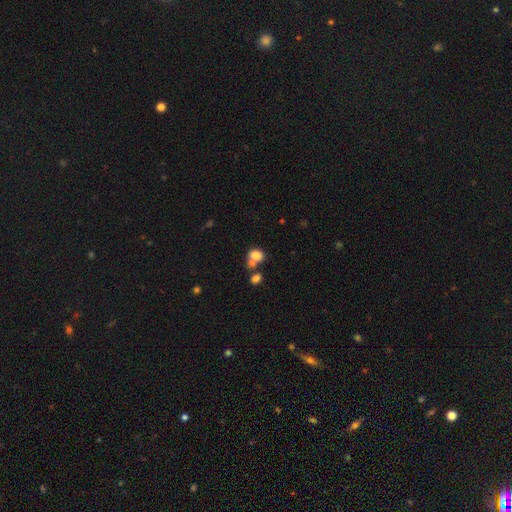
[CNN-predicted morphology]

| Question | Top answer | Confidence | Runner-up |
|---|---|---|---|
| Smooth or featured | smooth | 79% | featured or disk (11%) |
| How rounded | round | 50% | in between (49%) |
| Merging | merger | 47% | none (35%) |